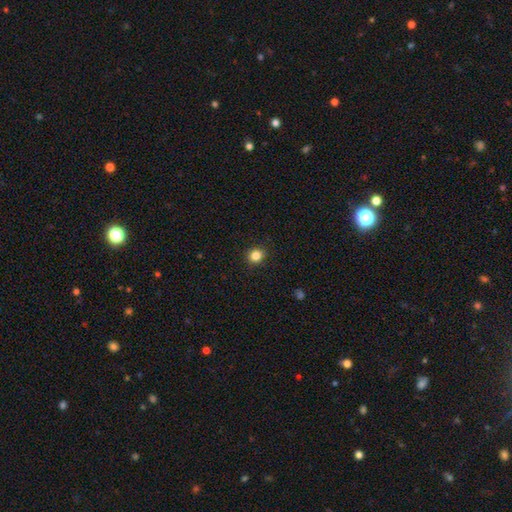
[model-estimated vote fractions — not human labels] The model was most divided on "smooth or featured": smooth: 84%, star or artifact: 12%, featured or disk: 5%. More confident: merging — none (92%); how rounded — round (87%).